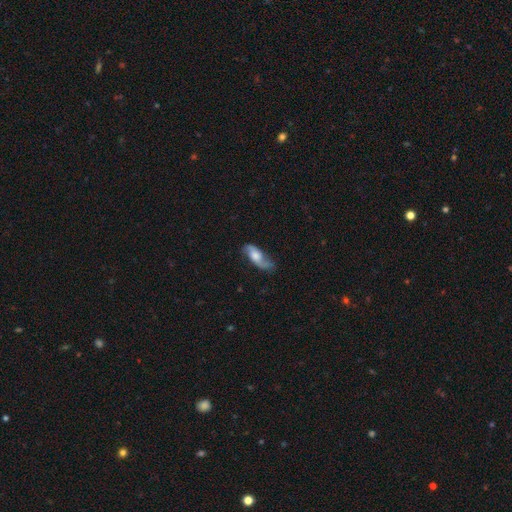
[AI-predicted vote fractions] A featured or disk galaxy (63%) with no bar (62%), spiral arms (91%) and a moderate central bulge (40%).

Vote fractions:
- Smooth or featured? featured or disk: 63% / smooth: 30% / star or artifact: 7%
- Edge-on disk? no: 88% / yes: 12%
- Bar? no: 62% / weak: 31% / strong: 7%
- Spiral arms? yes: 91% / no: 9%
- Bulge size? moderate: 40% / large: 32% / small: 16% / none: 9% / dominant: 4%
- Merging? none: 64% / minor disturbance: 23% / major disturbance: 11% / merger: 2%